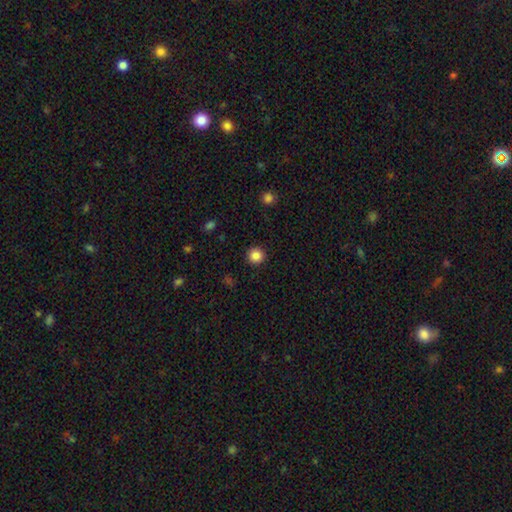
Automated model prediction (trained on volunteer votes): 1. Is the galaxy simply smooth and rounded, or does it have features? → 86% smooth, 11% star or artifact, 4% featured or disk.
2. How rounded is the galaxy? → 95% round, 4% in between, 1% cigar-shaped.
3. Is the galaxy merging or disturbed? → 93% none, 5% minor disturbance, 2% major disturbance, 1% merger.